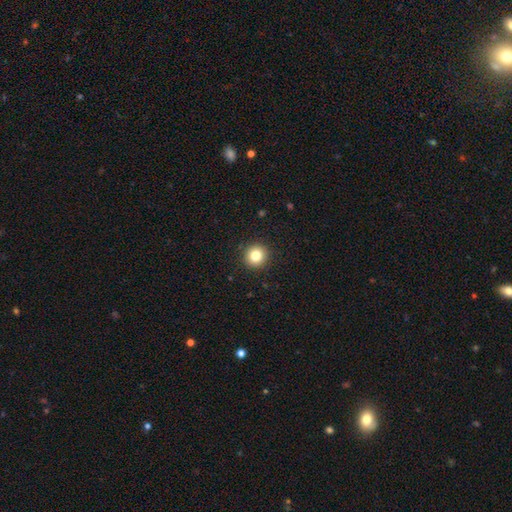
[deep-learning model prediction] A smooth galaxy with no disk features (83%) that is round (92%).

Vote fractions:
- Smooth or featured? smooth: 83% / star or artifact: 11% / featured or disk: 6%
- How rounded? round: 92% / in between: 7% / cigar-shaped: 1%
- Merging? none: 92% / minor disturbance: 5% / major disturbance: 2% / merger: 1%